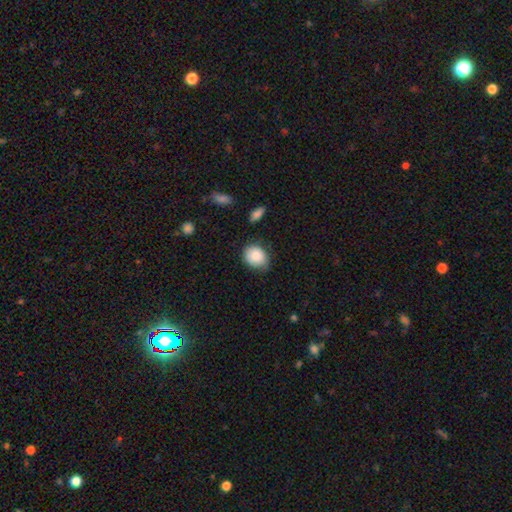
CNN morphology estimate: Q: Smooth or featured?
A: smooth (86%); runner-up: star or artifact (7%)
Q: How rounded?
A: round (53%); runner-up: in between (46%)
Q: Merging?
A: none (67%); runner-up: minor disturbance (26%)